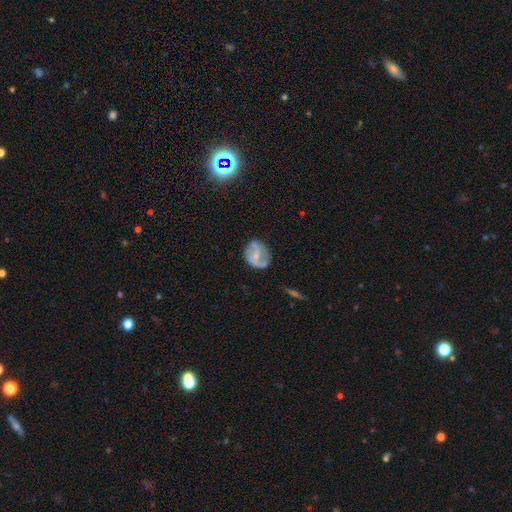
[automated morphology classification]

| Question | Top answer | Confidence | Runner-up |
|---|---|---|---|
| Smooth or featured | featured or disk | 59% | smooth (33%) |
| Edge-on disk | no | 97% | yes (3%) |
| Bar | weak | 43% | no (36%) |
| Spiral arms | yes | 69% | no (31%) |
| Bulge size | small | 52% | moderate (28%) |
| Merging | none | 58% | minor disturbance (25%) |